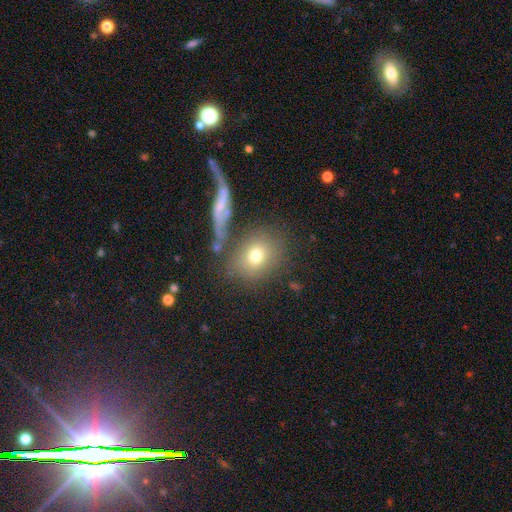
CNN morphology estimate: smooth_or_featured: smooth (p=0.72) [alt: featured or disk p=0.17]
how_rounded: round (p=0.65) [alt: in between p=0.32]
merging: none (p=0.67) [alt: merger p=0.13]